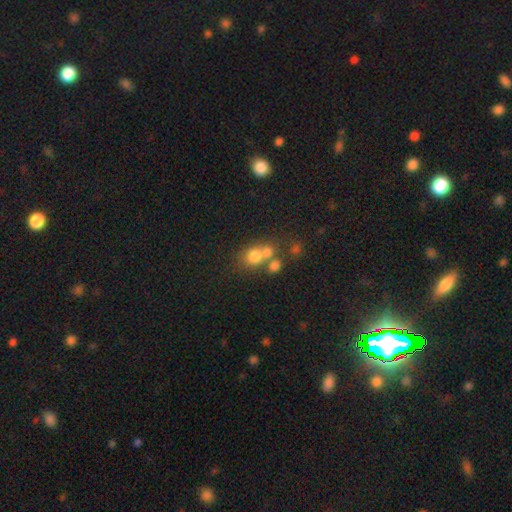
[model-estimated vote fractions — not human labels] Smooth or featured: smooth — 70% (featured or disk — 15%)
How rounded: round — 69% (in between — 30%)
Merging: merger — 46% (none — 40%)